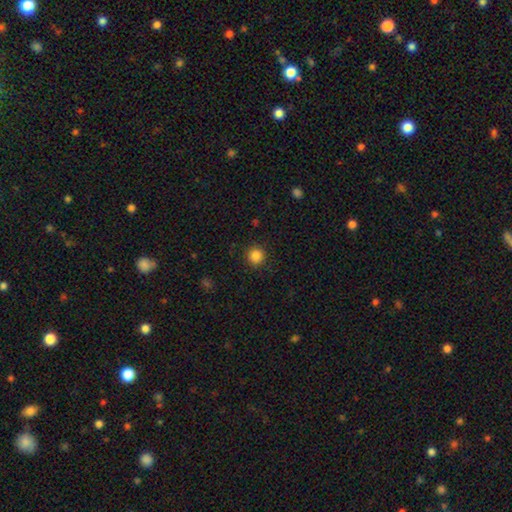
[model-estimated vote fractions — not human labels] Smooth or featured?
  - smooth: 86% *
  - star or artifact: 11%
  - featured or disk: 3%
How rounded?
  - round: 94% *
  - in between: 5%
  - cigar-shaped: 1%
Merging?
  - none: 90% *
  - minor disturbance: 6%
  - major disturbance: 2%
  - merger: 1%